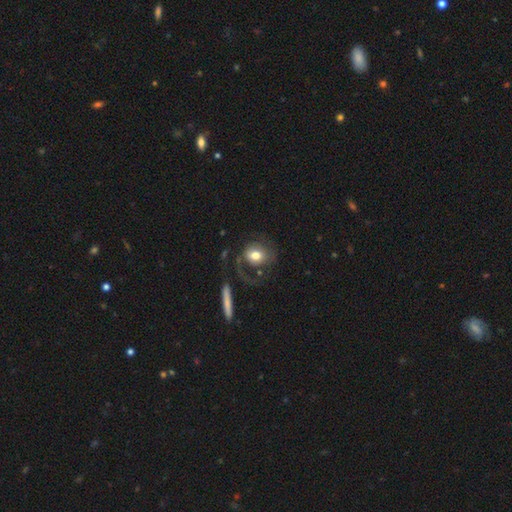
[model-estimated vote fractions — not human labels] Overall: smooth (61%; featured or disk 32%). How rounded: round (57%; in between 41%). Merging: none (47%; major disturbance 31%).